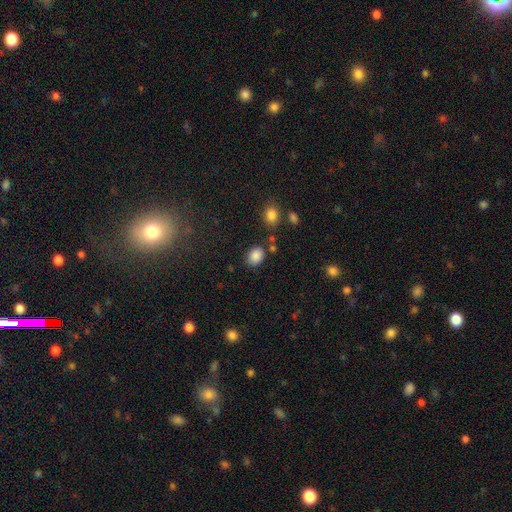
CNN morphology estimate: smooth-or-featured: smooth: 86% | star or artifact: 10% | featured or disk: 5%
  how-rounded: in between: 56% | round: 43% | cigar-shaped: 1%
  merging: none: 77% | minor disturbance: 14% | merger: 6% | major disturbance: 4%